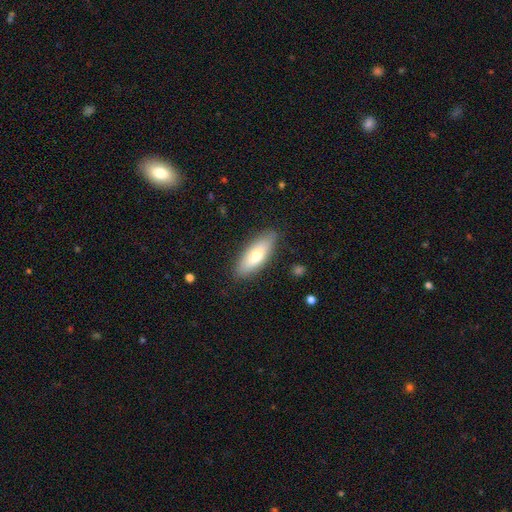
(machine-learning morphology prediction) Q: Smooth or featured?
A: smooth (69%); runner-up: featured or disk (25%)
Q: How rounded?
A: in between (69%); runner-up: cigar-shaped (29%)
Q: Merging?
A: none (84%); runner-up: minor disturbance (12%)